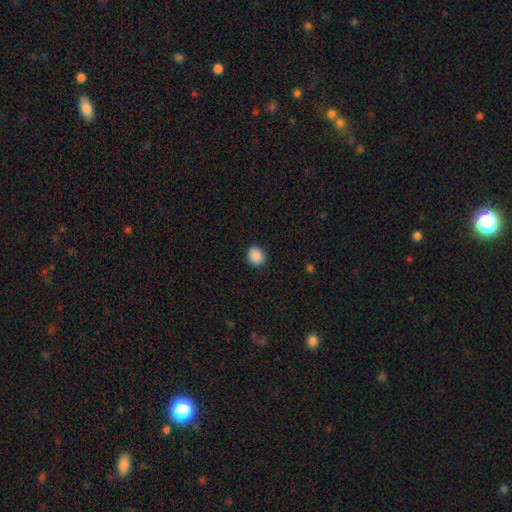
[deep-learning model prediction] A smooth galaxy with no disk features (89%) that is round (72%). Merging: none (89%).